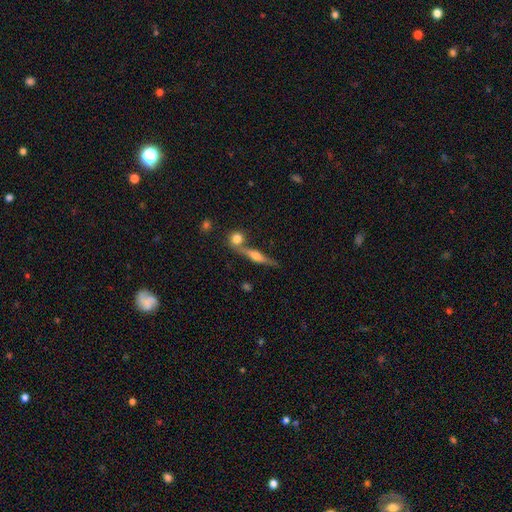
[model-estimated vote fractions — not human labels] Q: Smooth or featured?
A: featured or disk (66%); runner-up: smooth (26%)
Q: Edge-on disk?
A: yes (95%); runner-up: no (5%)
Q: Edge-on bulge?
A: rounded (90%); runner-up: boxy (6%)
Q: Merging?
A: none (70%); runner-up: merger (17%)